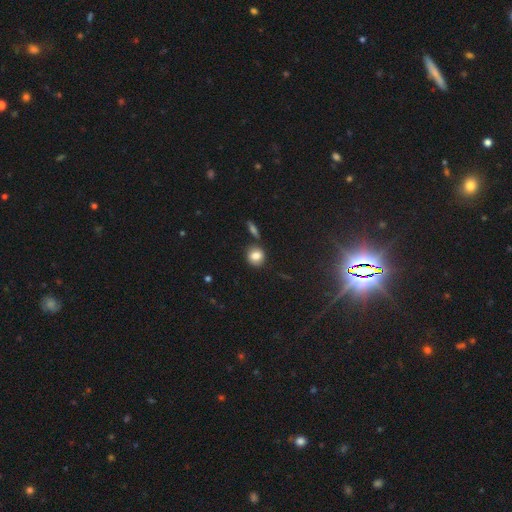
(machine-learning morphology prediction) A smooth galaxy with no disk features (81%) that is round (79%). Merging: none (77%).